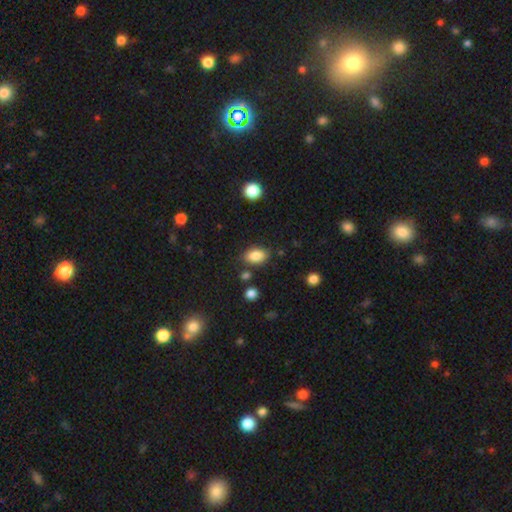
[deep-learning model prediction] Smooth or featured? smooth (85%)
How rounded? in between (85%)
Merging? none (80%)